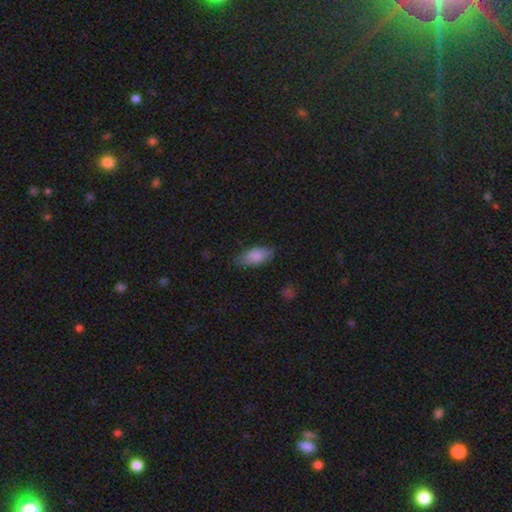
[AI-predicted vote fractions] This appears to be a smooth galaxy with no disk features (85%) that is in between round and cigar-shaped (88%). Merging: none (76%).